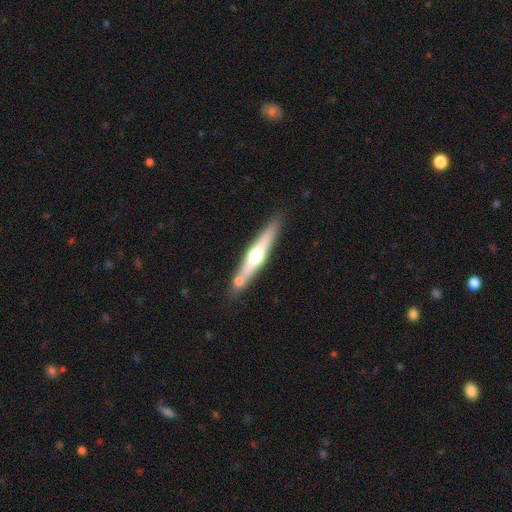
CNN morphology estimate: Q: Smooth or featured?
A: featured or disk (58%); runner-up: smooth (37%)
Q: Edge-on disk?
A: yes (95%); runner-up: no (5%)
Q: Edge-on bulge?
A: rounded (91%); runner-up: none (5%)
Q: Merging?
A: none (76%); runner-up: merger (11%)